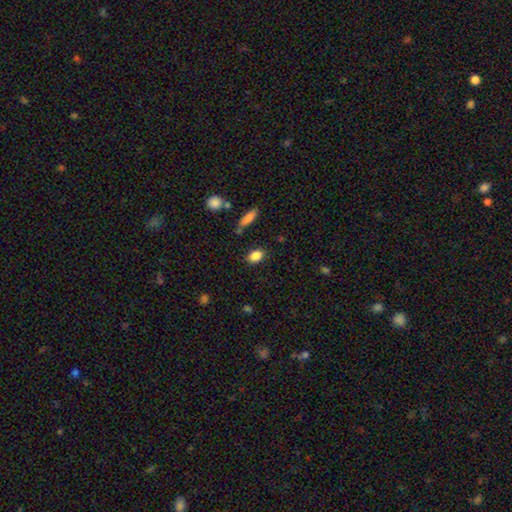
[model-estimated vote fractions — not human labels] Q: Smooth or featured?
A: smooth (85%); runner-up: star or artifact (9%)
Q: How rounded?
A: in between (77%); runner-up: round (20%)
Q: Merging?
A: none (83%); runner-up: minor disturbance (11%)